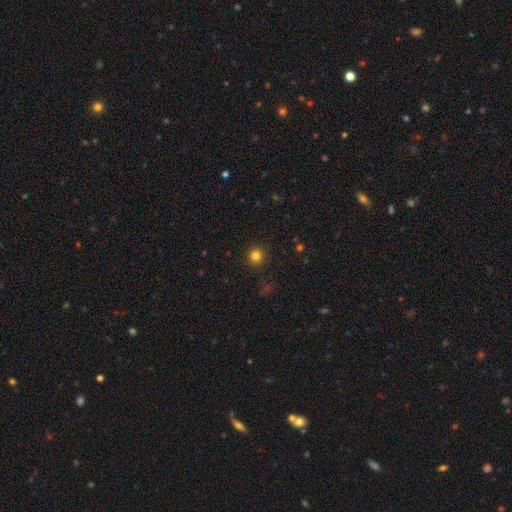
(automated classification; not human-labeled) The model was most divided on "smooth or featured": smooth: 82%, star or artifact: 14%, featured or disk: 4%. More confident: how rounded — round (95%); merging — none (92%).